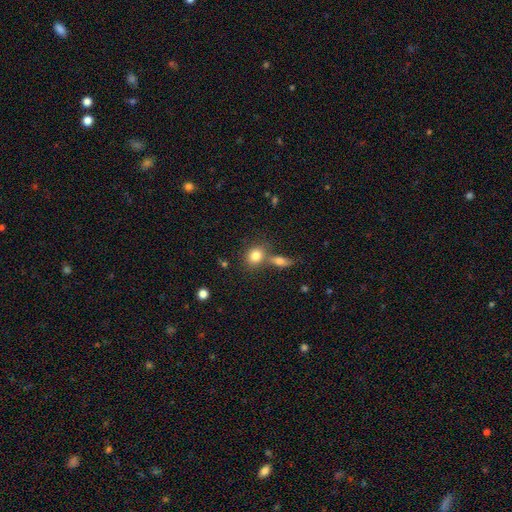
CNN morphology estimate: Smooth or featured: smooth — 82% (featured or disk — 9%)
How rounded: round — 55% (in between — 43%)
Merging: none — 54% (merger — 32%)